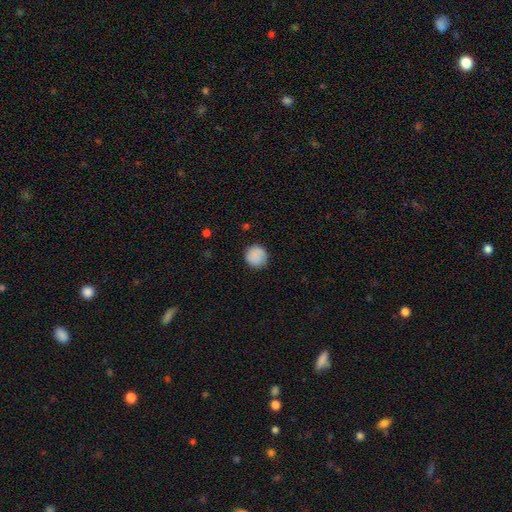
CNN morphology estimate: Smooth or featured? smooth (88%)
How rounded? round (92%)
Merging? none (87%)